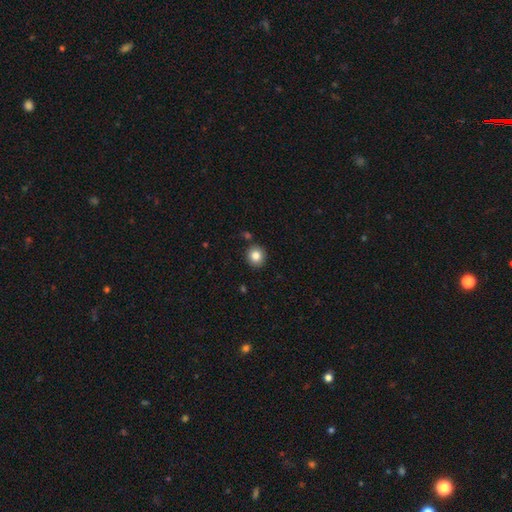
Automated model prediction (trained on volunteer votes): This is clearly a smooth galaxy (83%). How rounded: clearly round (88%). Merging: clearly none (87%).